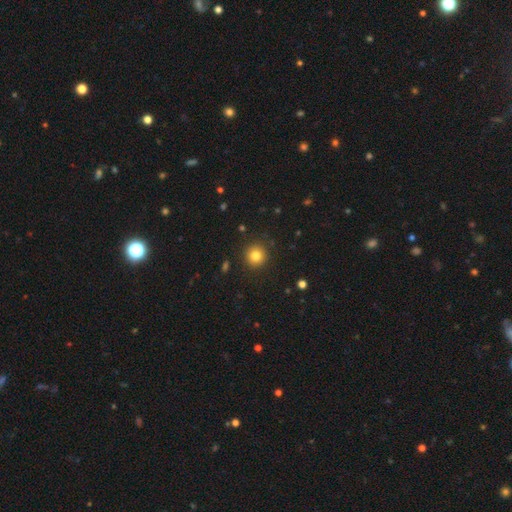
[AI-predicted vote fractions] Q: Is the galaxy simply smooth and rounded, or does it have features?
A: smooth — 82%.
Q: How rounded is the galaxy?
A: round — 93%.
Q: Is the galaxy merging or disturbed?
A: none — 91%.